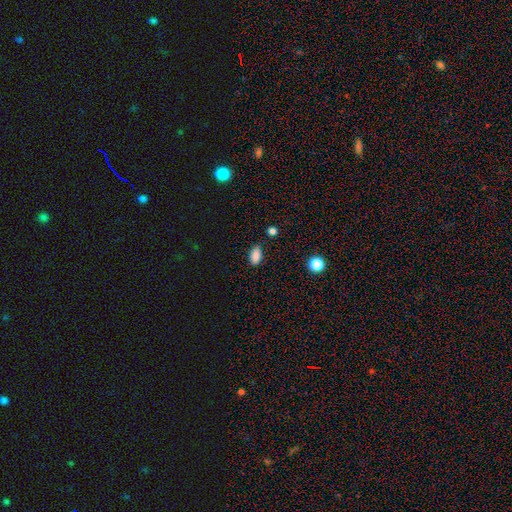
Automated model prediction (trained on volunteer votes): This is clearly a smooth galaxy (85%). How rounded: clearly in between (90%). Merging: clearly none (81%).